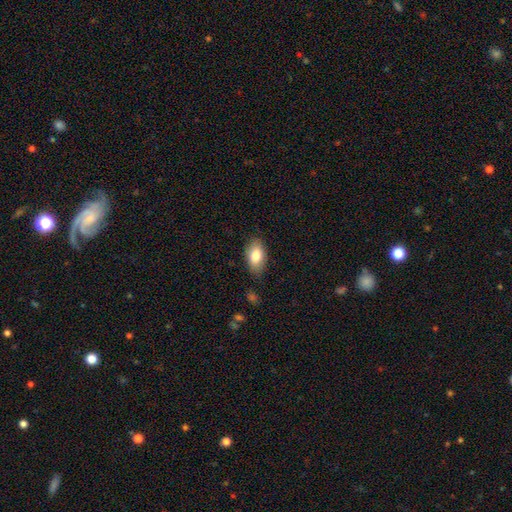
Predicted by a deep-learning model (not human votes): This appears to be a smooth galaxy with no disk features (82%) that is in between round and cigar-shaped (92%). Merging: none (80%).